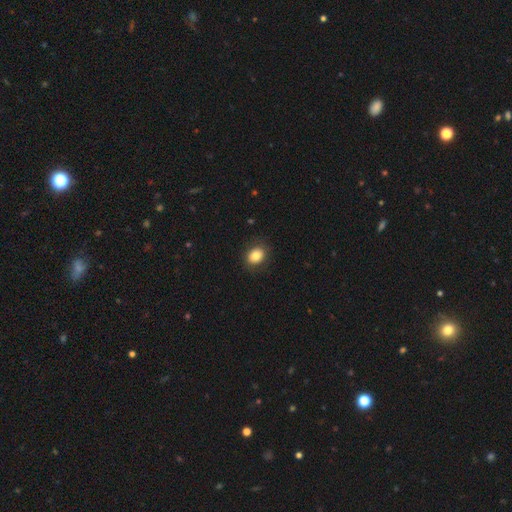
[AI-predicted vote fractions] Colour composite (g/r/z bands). It shows a smooth galaxy with no disk features (82%) that is in between round and cigar-shaped (53%). Merging: none (85%).